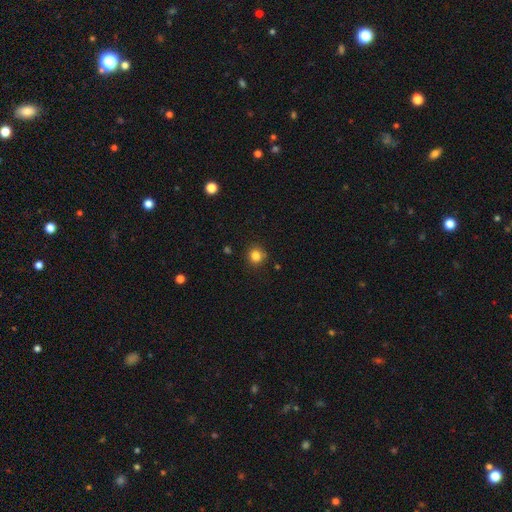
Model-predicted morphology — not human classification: This appears to be a smooth galaxy with no disk features (83%) that is round (90%). Merging: none (87%).